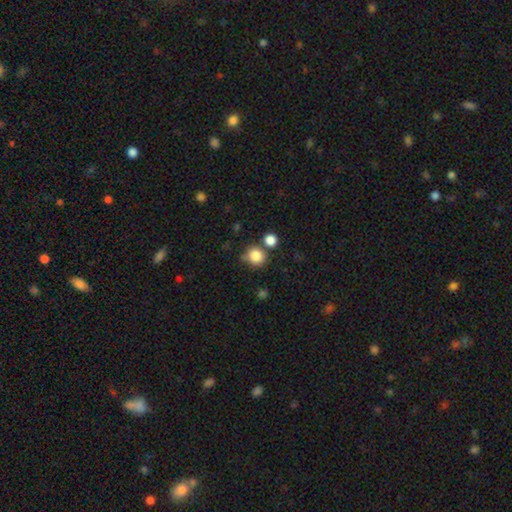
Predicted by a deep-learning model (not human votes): Smooth or featured? Predicted: smooth (p=0.84). How rounded? Predicted: round (p=0.86). Merging? Predicted: none (p=0.68).